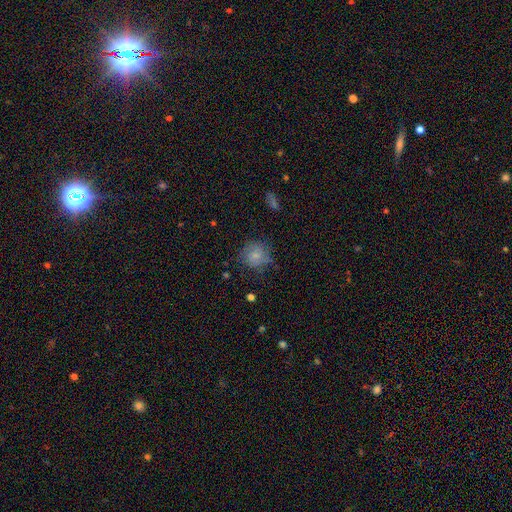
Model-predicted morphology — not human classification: This is likely a smooth galaxy (68%). How rounded: clearly round (87%). Merging: likely none (68%).